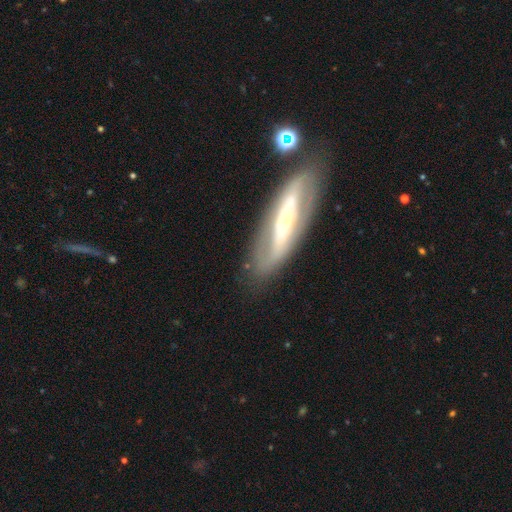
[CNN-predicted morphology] Smooth or featured? featured or disk (76%)
Edge-on disk? no (74%)
Bar? strong (41%)
Spiral arms? yes (61%)
Bulge size? small (59%)
Merging? none (78%)